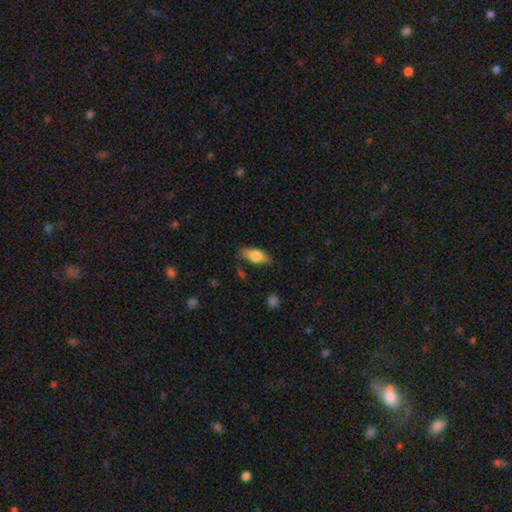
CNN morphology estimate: Smooth or featured? Predicted: smooth (p=0.76). How rounded? Predicted: in between (p=0.81). Merging? Predicted: none (p=0.78).